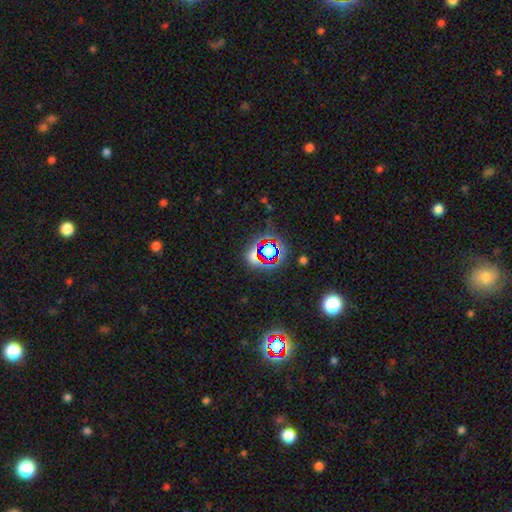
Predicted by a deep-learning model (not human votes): star or artifact 73%, smooth 16%, featured or disk 11%.